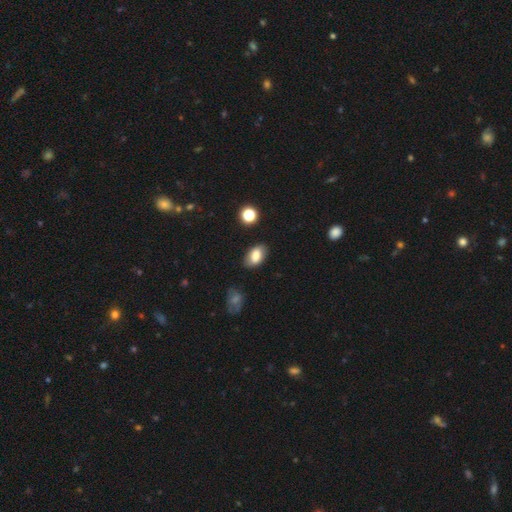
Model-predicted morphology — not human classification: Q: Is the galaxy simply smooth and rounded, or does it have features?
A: smooth — 81%.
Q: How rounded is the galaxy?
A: in between — 91%.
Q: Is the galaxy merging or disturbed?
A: none — 82%.